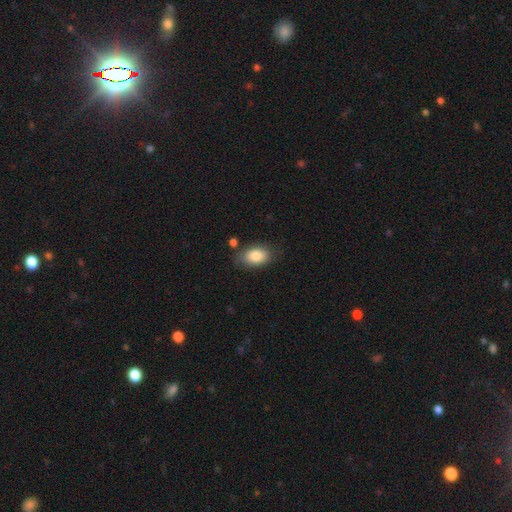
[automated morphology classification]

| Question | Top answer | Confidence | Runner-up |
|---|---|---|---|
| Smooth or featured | smooth | 84% | featured or disk (8%) |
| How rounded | in between | 88% | round (10%) |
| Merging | none | 73% | minor disturbance (18%) |